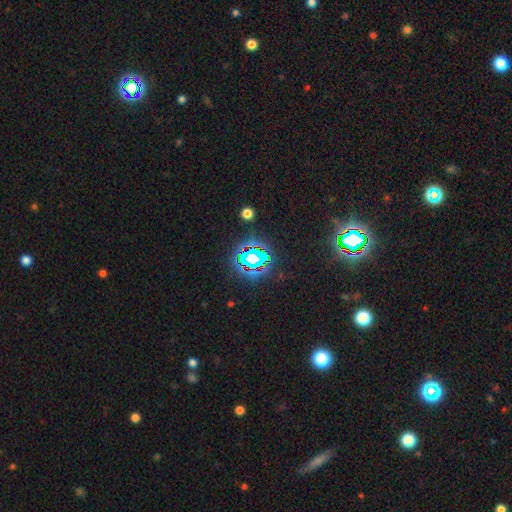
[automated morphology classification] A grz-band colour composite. It shows a star or artifact, not a galaxy (82%).